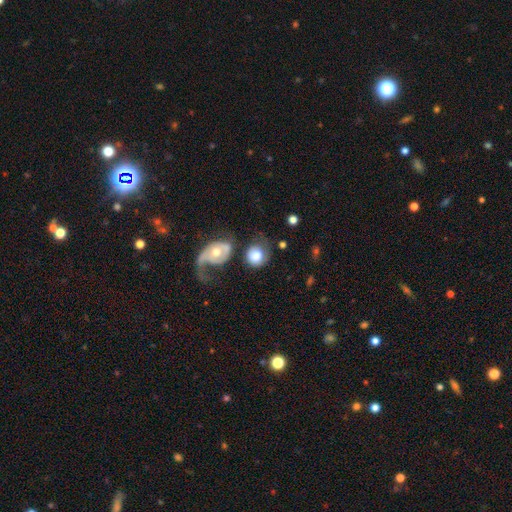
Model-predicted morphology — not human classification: A smooth galaxy with no disk features (68%) that is round (74%). Merging: none (32%).